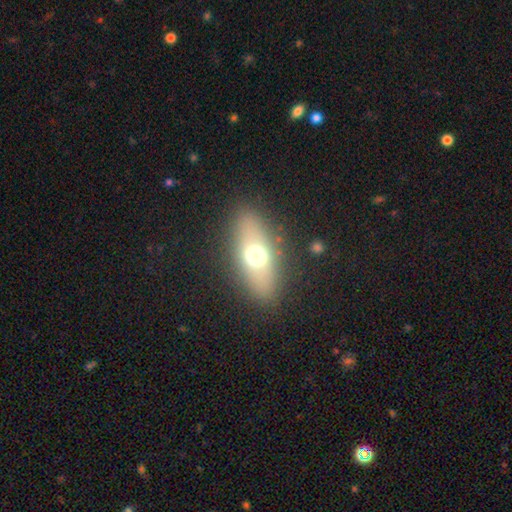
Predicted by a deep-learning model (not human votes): This is likely a smooth galaxy (61%). How rounded: likely in between (74%). Merging: clearly none (85%).